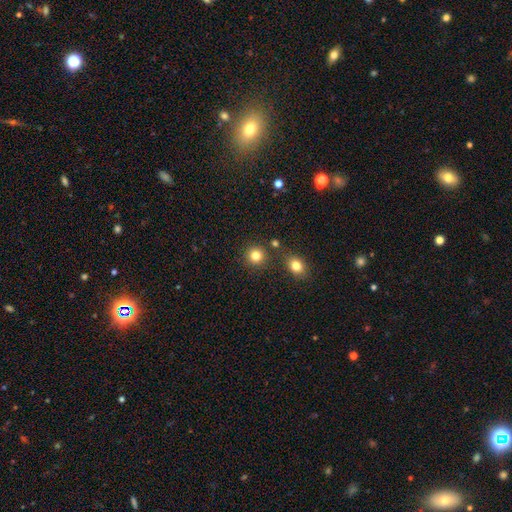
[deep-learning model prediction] The model was most divided on "smooth or featured": smooth: 83%, star or artifact: 11%, featured or disk: 5%. More confident: how rounded — round (91%); merging — none (84%).